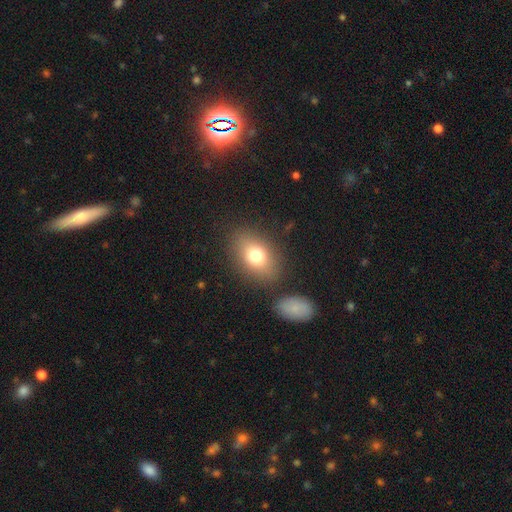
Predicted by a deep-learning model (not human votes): Morphology: type=smooth (76%); roundness=in between (77%); merging=none (79%).